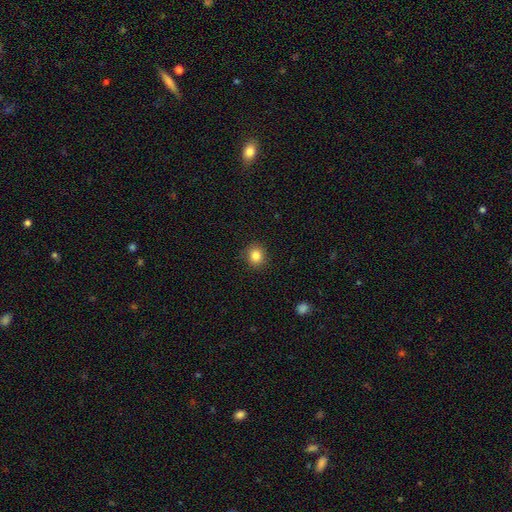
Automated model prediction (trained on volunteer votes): A smooth galaxy with no disk features (84%) that is round (85%). Merging: none (90%).